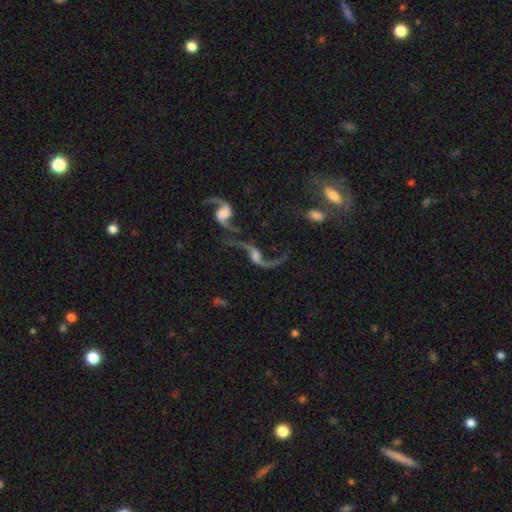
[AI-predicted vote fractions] Morphology: type=featured or disk (85%); edge-on=no (94%); bar=no (48%); spiral arms=yes (93%); winding=loose (91%); arm count=2 (88%); bulge=moderate (36%); merging=merger (37%).